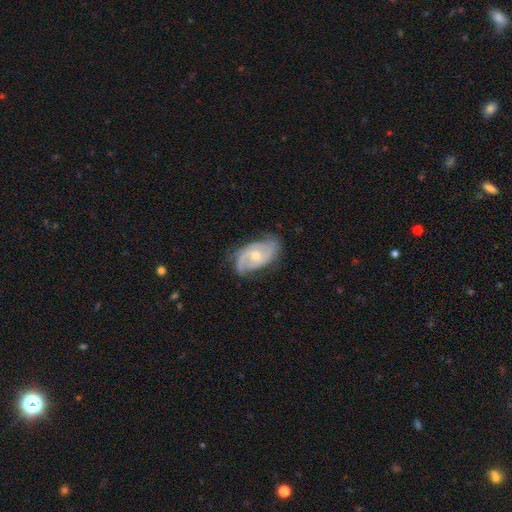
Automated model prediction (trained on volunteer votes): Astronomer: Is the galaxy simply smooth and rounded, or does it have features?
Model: featured or disk — 82%.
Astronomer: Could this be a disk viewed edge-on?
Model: no — 95%.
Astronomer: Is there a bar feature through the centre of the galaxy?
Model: no — 64%.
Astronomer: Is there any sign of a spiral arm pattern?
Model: yes — 94%.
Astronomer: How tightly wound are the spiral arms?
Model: medium — 44% (runner-up: tight, 37%).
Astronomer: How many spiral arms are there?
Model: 2 — 60%.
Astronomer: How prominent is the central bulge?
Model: moderate — 55% (runner-up: small, 41%).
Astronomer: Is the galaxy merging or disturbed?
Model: none — 67%.